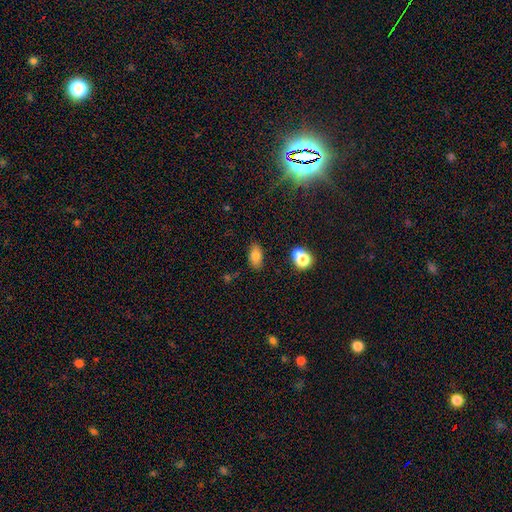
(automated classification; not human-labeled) Smooth or featured?
  - smooth: 79% *
  - featured or disk: 11%
  - star or artifact: 10%
How rounded?
  - in between: 89% *
  - round: 8%
  - cigar-shaped: 3%
Merging?
  - none: 81% *
  - minor disturbance: 12%
  - merger: 4%
  - major disturbance: 3%